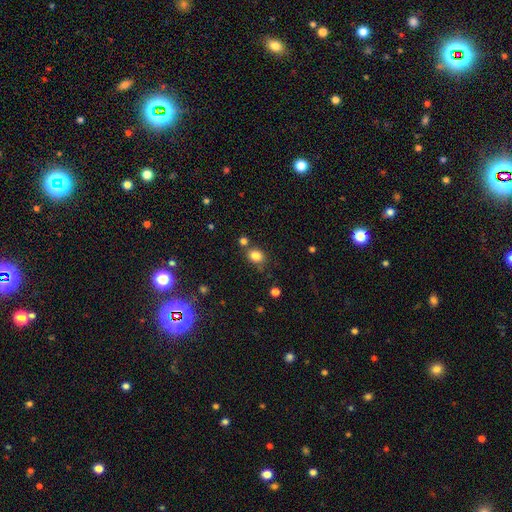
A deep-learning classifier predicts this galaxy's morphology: smooth_or_featured: smooth (p=0.82) [alt: star or artifact p=0.12]
how_rounded: round (p=0.61) [alt: in between p=0.38]
merging: none (p=0.69) [alt: merger p=0.14]